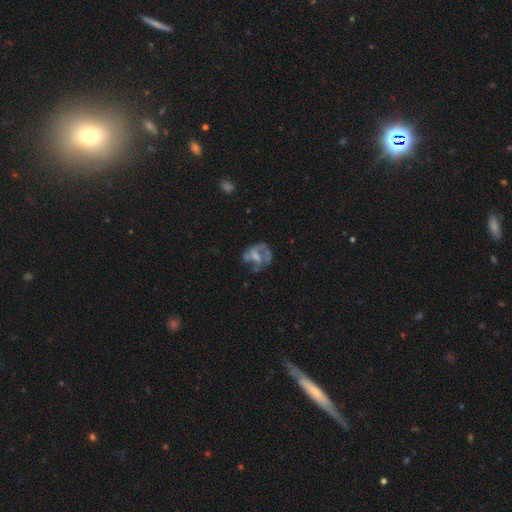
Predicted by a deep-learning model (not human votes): This appears to be a featured or disk galaxy (58%) with no bar (62%), no spiral arms (57%) and no central bulge (41%). Merging: none (38%).